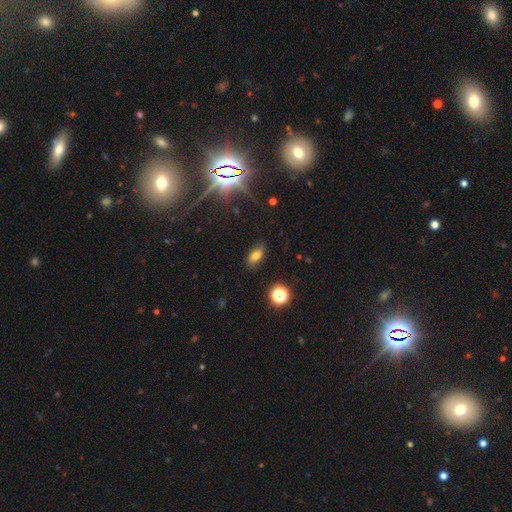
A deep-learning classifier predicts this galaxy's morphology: type=smooth (69%); roundness=in between (86%); merging=none (83%).